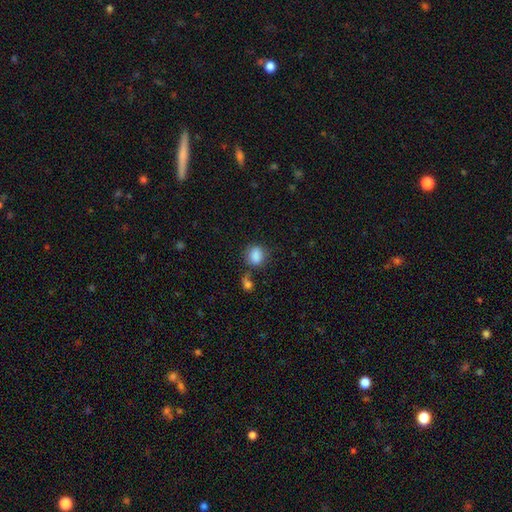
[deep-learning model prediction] Smooth or featured: smooth — 85% (star or artifact — 9%)
How rounded: round — 60% (in between — 38%)
Merging: none — 59% (minor disturbance — 19%)